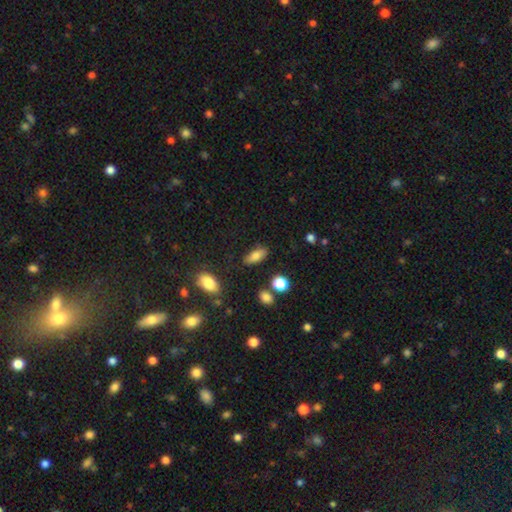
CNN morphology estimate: The model was most divided on "how rounded": in between: 80%, cigar-shaped: 15%, round: 4%. More confident: merging — none (81%); smooth or featured — smooth (80%).